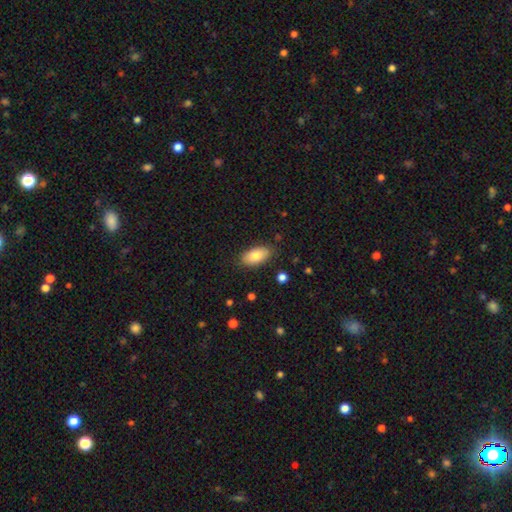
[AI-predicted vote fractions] Smooth or featured? Predicted: smooth (p=0.80). How rounded? Predicted: in between (p=0.91). Merging? Predicted: none (p=0.84).